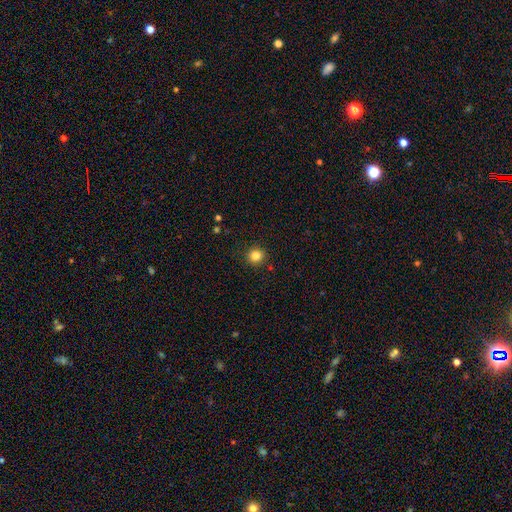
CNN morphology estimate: smooth-or-featured: smooth: 83% | star or artifact: 12% | featured or disk: 5%
  how-rounded: round: 90% | in between: 9% | cigar-shaped: 1%
  merging: none: 91% | minor disturbance: 6% | major disturbance: 2% | merger: 1%